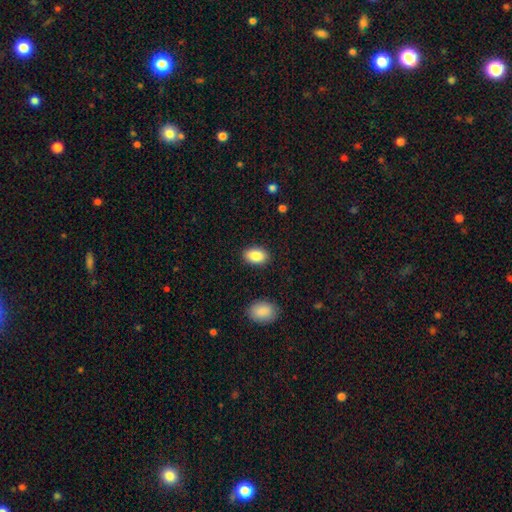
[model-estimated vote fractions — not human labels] Smooth or featured?
  - smooth: 87% *
  - star or artifact: 7%
  - featured or disk: 6%
How rounded?
  - in between: 90% *
  - round: 8%
  - cigar-shaped: 1%
Merging?
  - none: 88% *
  - minor disturbance: 8%
  - major disturbance: 2%
  - merger: 1%